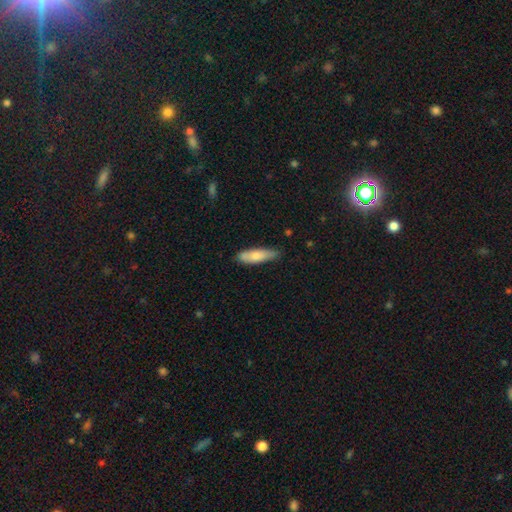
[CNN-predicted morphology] A smooth galaxy with no disk features (75%) that is cigar-shaped (54%).

Vote fractions:
- Smooth or featured? smooth: 75% / featured or disk: 19% / star or artifact: 5%
- How rounded? cigar-shaped: 54% / in between: 44% / round: 2%
- Merging? none: 76% / minor disturbance: 20% / major disturbance: 3% / merger: 2%